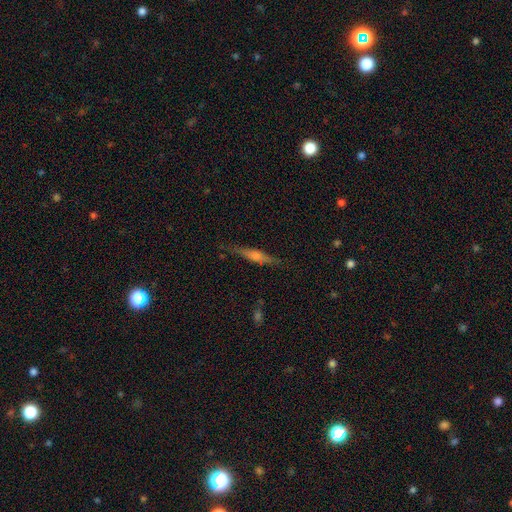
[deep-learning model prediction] Morphology: type=featured or disk (67%); edge-on=yes (96%); edge-on bulge=rounded (81%); merging=none (86%).